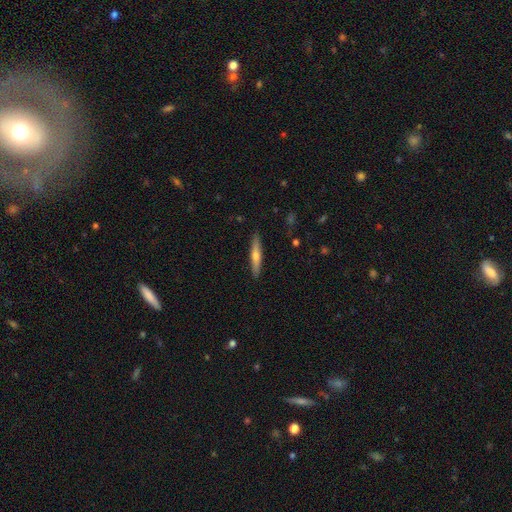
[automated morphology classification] A featured or disk galaxy (47%, tied with smooth).

Vote fractions:
- Smooth or featured? featured or disk: 47% (tied) / smooth: 47% (tied) / star or artifact: 6%
- Merging? none: 91% / minor disturbance: 7% / major disturbance: 1% / merger: 1%